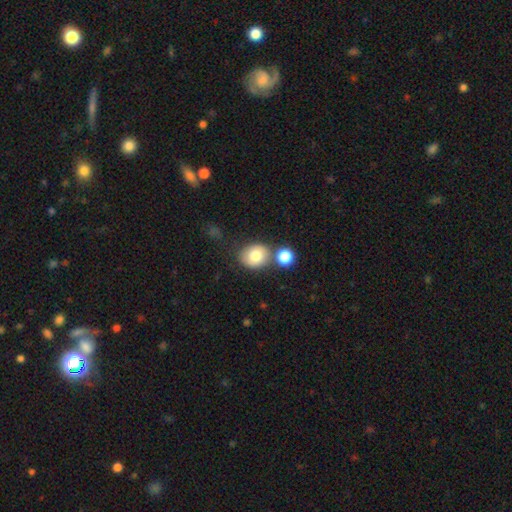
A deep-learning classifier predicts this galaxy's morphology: type=smooth (77%); roundness=round (65%); merging=none (63%).